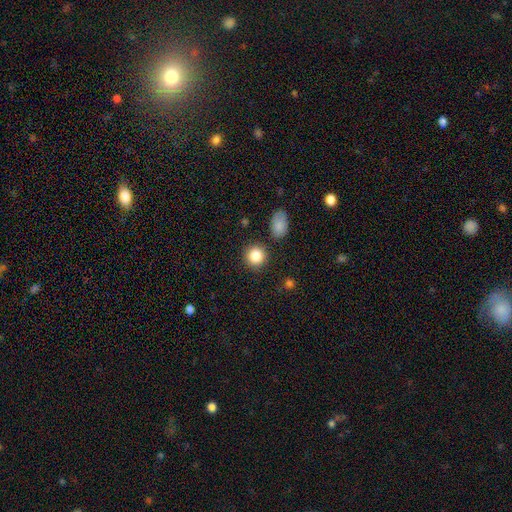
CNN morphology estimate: smooth-or-featured: smooth: 85% | star or artifact: 9% | featured or disk: 6%
  how-rounded: round: 90% | in between: 9% | cigar-shaped: 1%
  merging: none: 85% | minor disturbance: 7% | merger: 4% | major disturbance: 3%